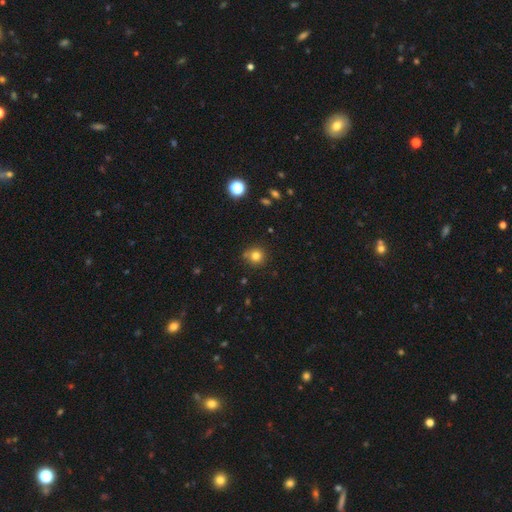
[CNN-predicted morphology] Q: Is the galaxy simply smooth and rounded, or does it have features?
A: smooth — 80%.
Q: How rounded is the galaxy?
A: round — 93%.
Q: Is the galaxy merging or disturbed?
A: none — 77%.